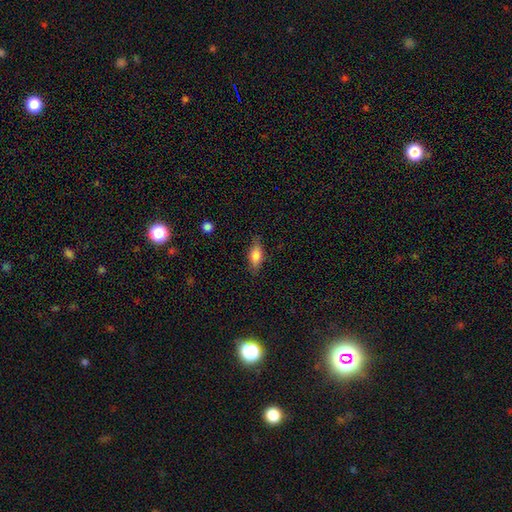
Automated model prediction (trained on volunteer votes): Smooth or featured? smooth (74%)
How rounded? in between (78%)
Merging? none (79%)